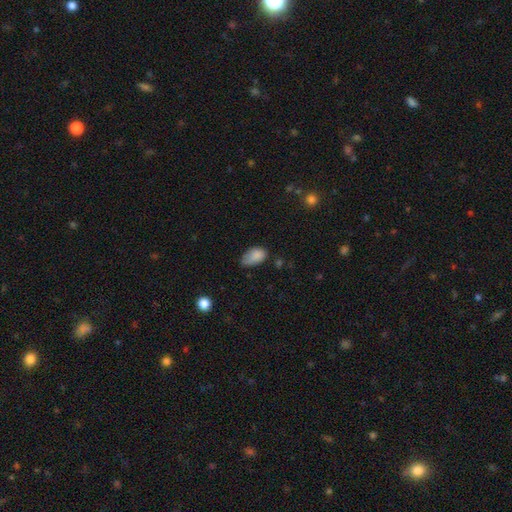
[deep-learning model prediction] This is clearly a smooth galaxy (84%). How rounded: clearly in between (90%). Merging: marginally none (44%).